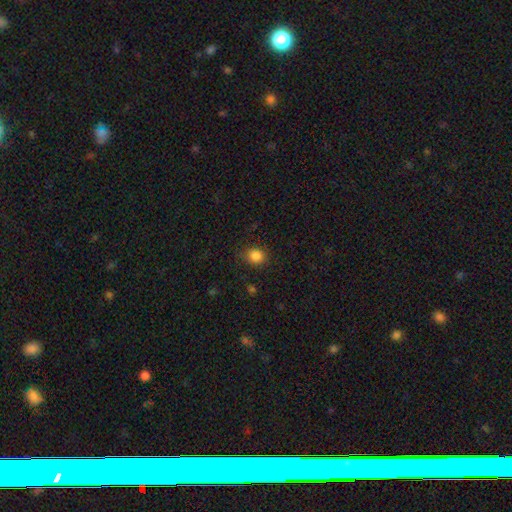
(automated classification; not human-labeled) This is clearly a smooth galaxy (85%). How rounded: likely round (68%). Merging: clearly none (83%).